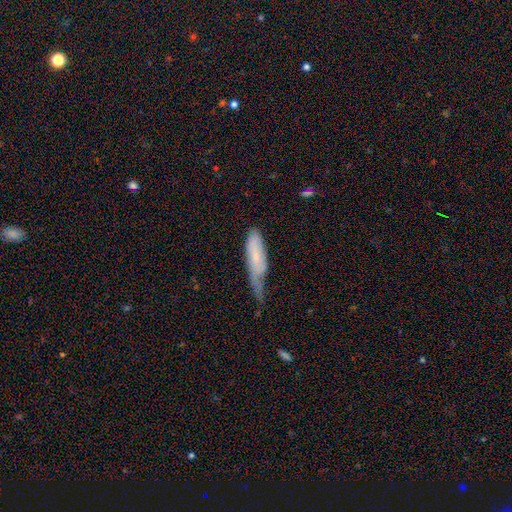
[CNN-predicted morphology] smooth-or-featured: smooth: 62% | featured or disk: 31% | star or artifact: 6%
  how-rounded: cigar-shaped: 61% | in between: 38% | round: 2%
  merging: minor disturbance: 45% | major disturbance: 27% | none: 24% | merger: 4%